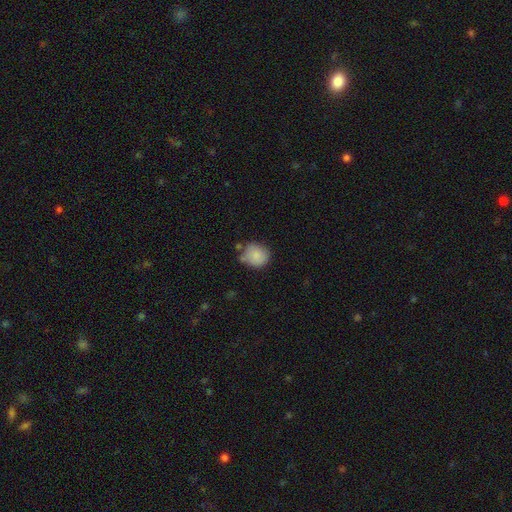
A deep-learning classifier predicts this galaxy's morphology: The model was most divided on "merging": none: 64%, minor disturbance: 22%, merger: 10%, major disturbance: 5%. More confident: smooth or featured — smooth (85%); how rounded — round (83%).